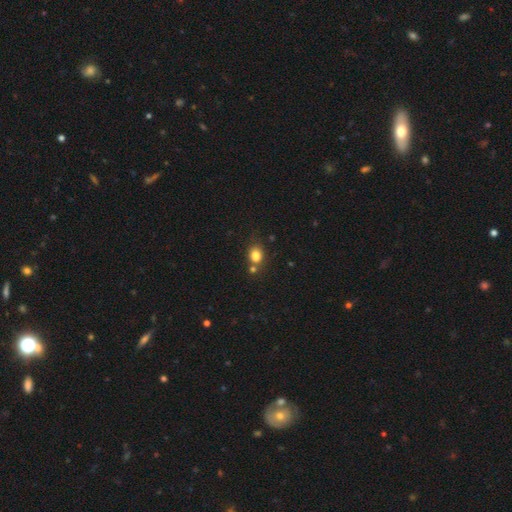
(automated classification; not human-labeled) This is clearly a smooth galaxy (81%). How rounded: possibly round (51%). Merging: possibly none (60%).